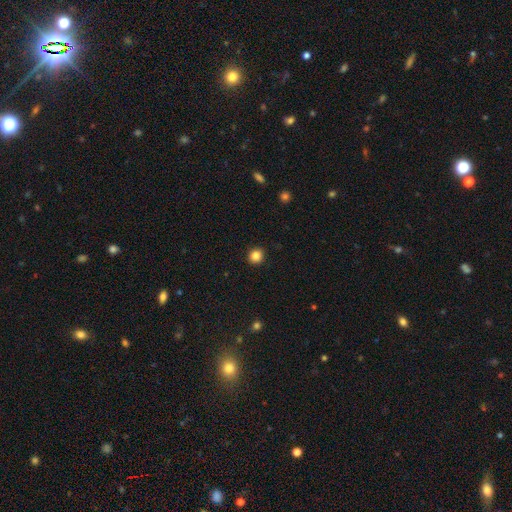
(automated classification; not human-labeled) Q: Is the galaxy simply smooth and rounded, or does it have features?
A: smooth — 85%.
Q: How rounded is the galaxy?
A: round — 93%.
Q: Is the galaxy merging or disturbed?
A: none — 93%.